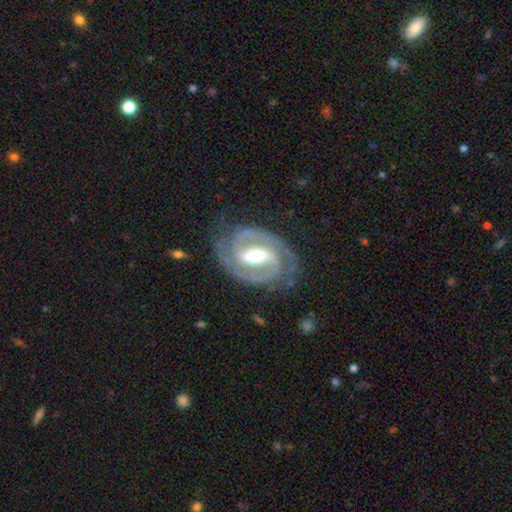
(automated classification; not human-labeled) A featured or disk galaxy (93%) with a strong bar (60%), 2 (92%) tight (53%) spiral arms (98%) and a moderate central bulge (63%). Merging: none (80%).